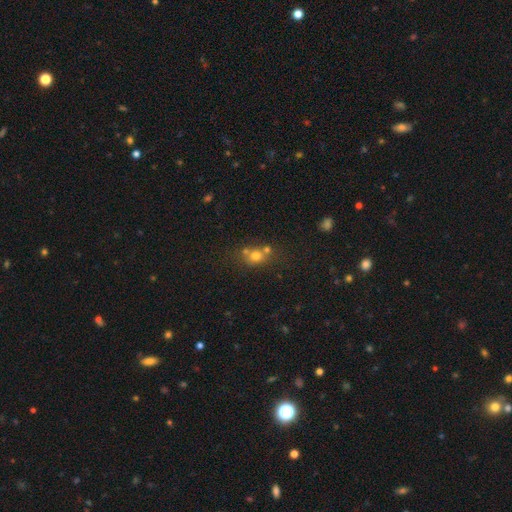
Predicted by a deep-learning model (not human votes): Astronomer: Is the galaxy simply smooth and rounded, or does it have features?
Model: smooth — 67%.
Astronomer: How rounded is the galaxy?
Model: round — 74%.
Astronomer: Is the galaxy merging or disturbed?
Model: none — 48% (runner-up: merger, 36%).